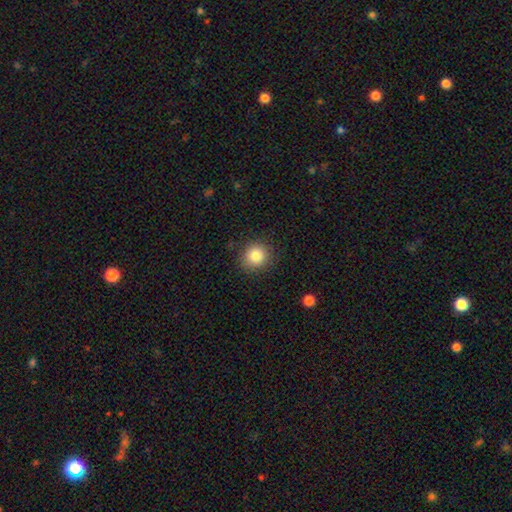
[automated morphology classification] Smooth or featured: smooth — 84% (star or artifact — 10%)
How rounded: round — 86% (in between — 13%)
Merging: none — 87% (minor disturbance — 9%)